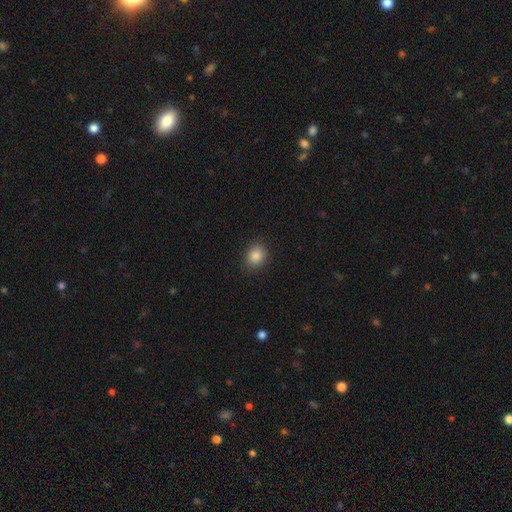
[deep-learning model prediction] Smooth or featured?
  - smooth: 86% *
  - star or artifact: 10%
  - featured or disk: 5%
How rounded?
  - round: 66% *
  - in between: 33%
  - cigar-shaped: 1%
Merging?
  - none: 87% *
  - minor disturbance: 9%
  - major disturbance: 3%
  - merger: 1%